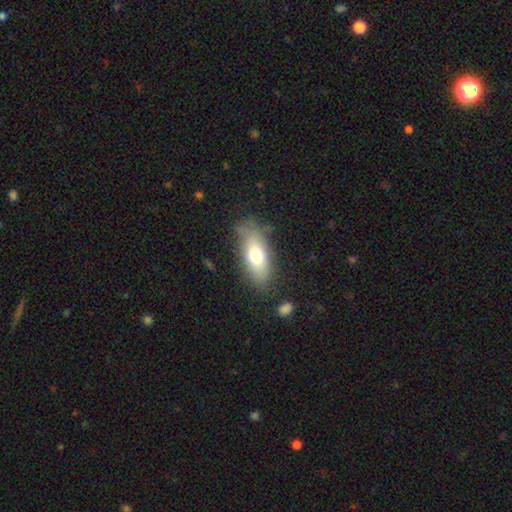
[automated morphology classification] Smooth or featured?
  - smooth: 68% *
  - featured or disk: 24%
  - star or artifact: 8%
How rounded?
  - in between: 79% *
  - cigar-shaped: 17%
  - round: 4%
Merging?
  - none: 73% *
  - minor disturbance: 18%
  - major disturbance: 7%
  - merger: 3%